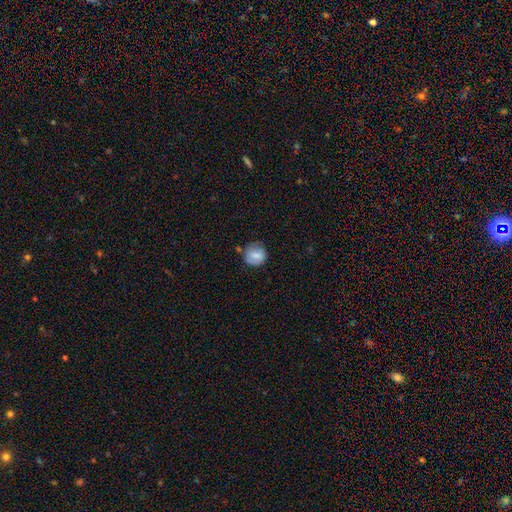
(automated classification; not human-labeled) Smooth or featured? Predicted: smooth (p=0.70). How rounded? Predicted: round (p=0.82). Merging? Predicted: none (p=0.66).